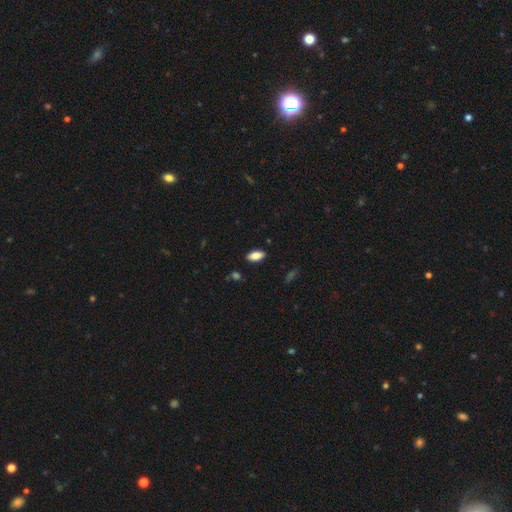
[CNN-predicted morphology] Smooth or featured? smooth (82%)
How rounded? in between (88%)
Merging? none (88%)